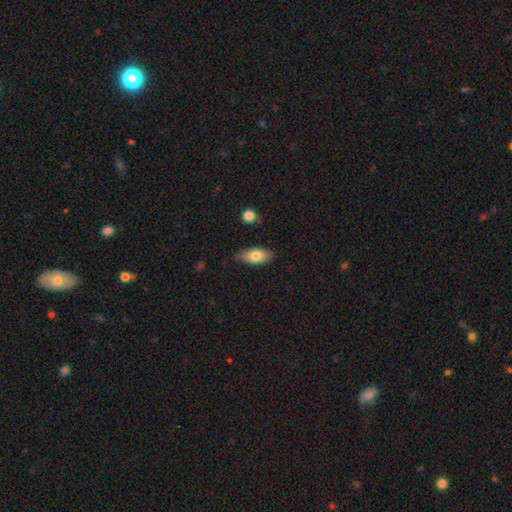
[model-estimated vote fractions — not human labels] A smooth galaxy with no disk features (77%) that is in between round and cigar-shaped (86%). Merging: none (77%).